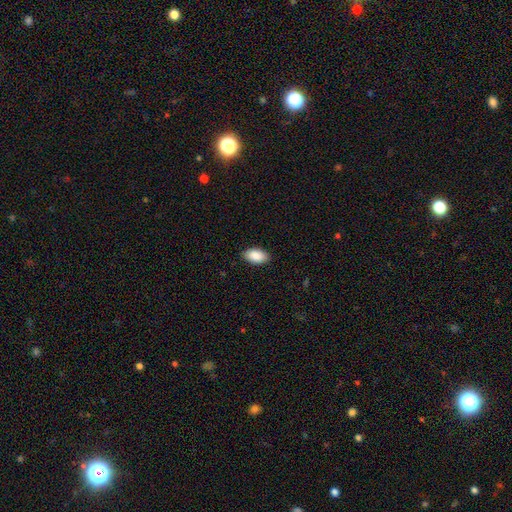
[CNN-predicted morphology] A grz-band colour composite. It shows a smooth galaxy with no disk features (90%) that is in between round and cigar-shaped (95%). Merging: none (88%).